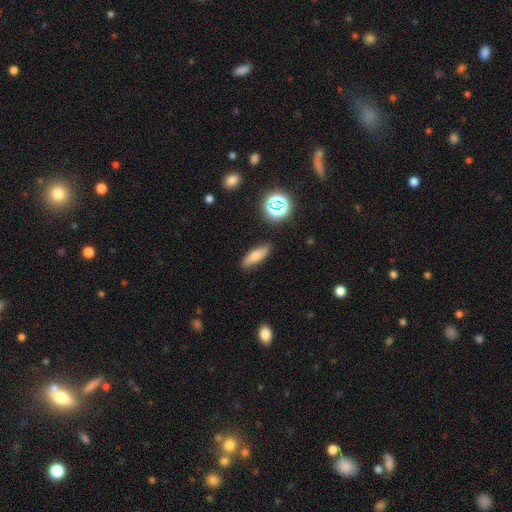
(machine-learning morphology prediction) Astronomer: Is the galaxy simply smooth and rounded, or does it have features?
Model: smooth — 71%.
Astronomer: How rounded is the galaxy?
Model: in between — 53% (runner-up: cigar-shaped, 42%).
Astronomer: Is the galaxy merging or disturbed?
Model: none — 86%.